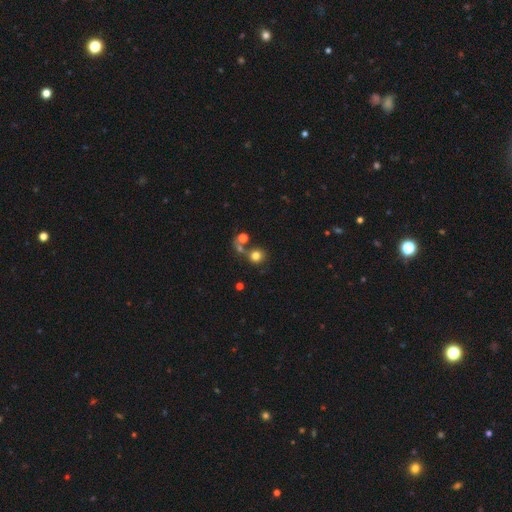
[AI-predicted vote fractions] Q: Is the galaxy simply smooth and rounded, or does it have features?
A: smooth — 76%.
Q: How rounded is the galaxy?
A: round — 88%.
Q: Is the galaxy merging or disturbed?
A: none — 60%.